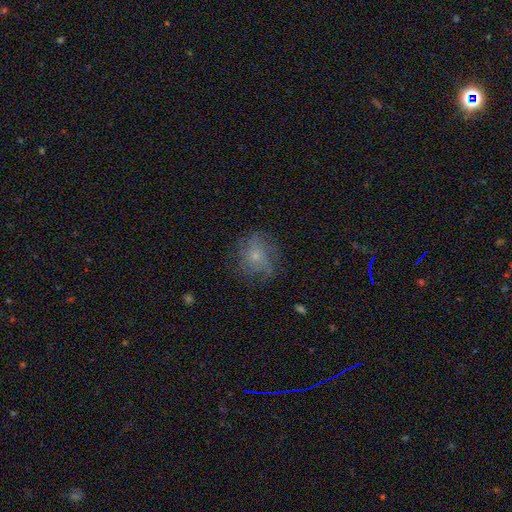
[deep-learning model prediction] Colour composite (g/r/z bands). It shows a featured or disk galaxy (44%). Merging: none (67%).